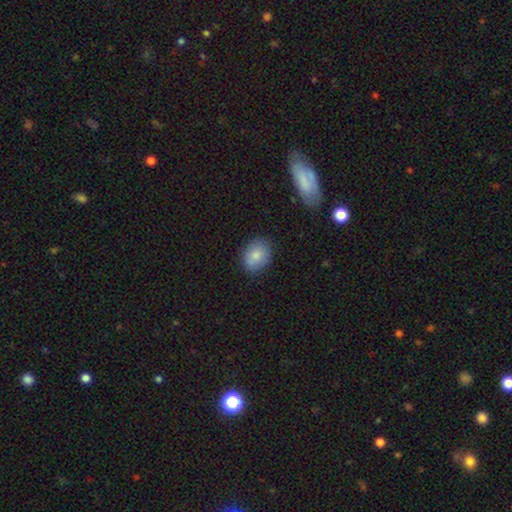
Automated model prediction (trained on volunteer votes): smooth_or_featured: smooth (p=0.83) [alt: featured or disk p=0.09]
how_rounded: in between (p=0.58) [alt: round p=0.41]
merging: none (p=0.81) [alt: minor disturbance p=0.14]